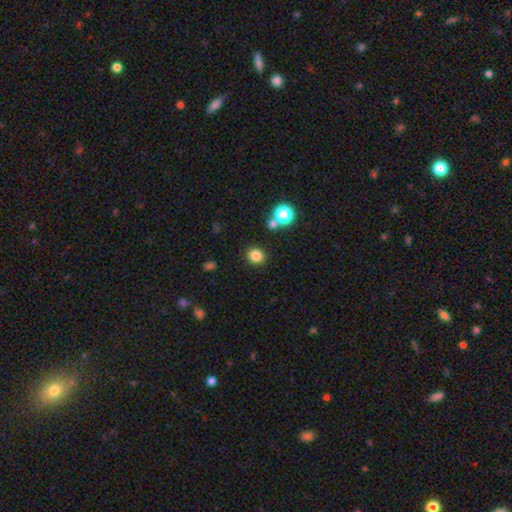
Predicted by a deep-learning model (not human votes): Overall: smooth (82%). How rounded: round (79%). Merging: none (87%).